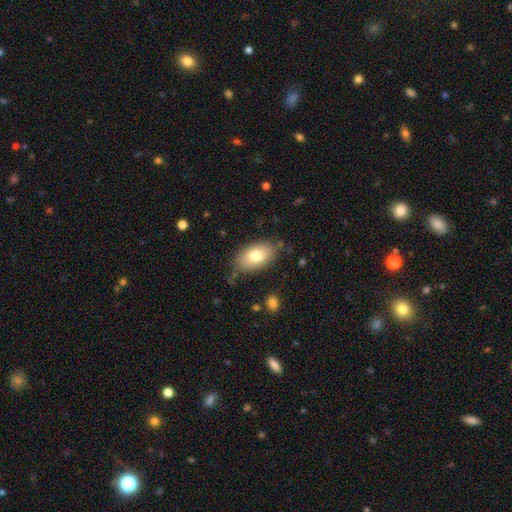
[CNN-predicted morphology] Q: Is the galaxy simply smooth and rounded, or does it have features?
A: smooth — 77%.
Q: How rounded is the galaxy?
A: in between — 92%.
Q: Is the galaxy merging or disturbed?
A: none — 77%.